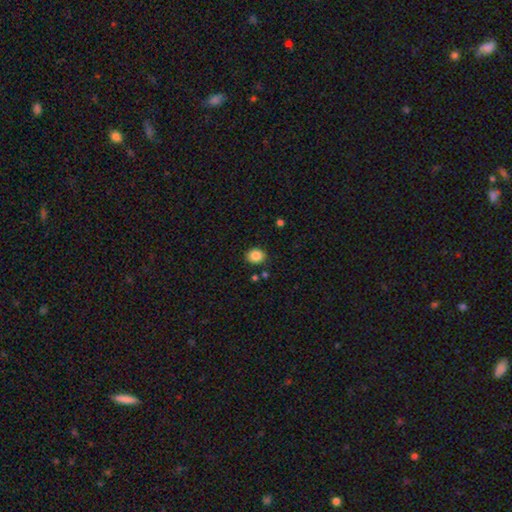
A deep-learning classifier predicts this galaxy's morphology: type=smooth (85%); roundness=round (63%); merging=none (87%).